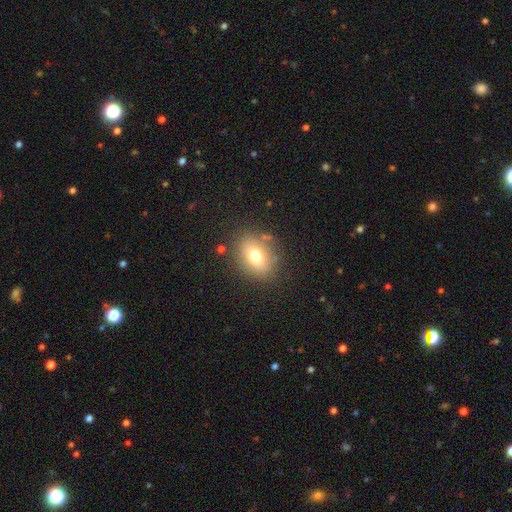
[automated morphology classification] Q: Smooth or featured?
A: smooth (72%); runner-up: featured or disk (16%)
Q: How rounded?
A: in between (68%); runner-up: round (30%)
Q: Merging?
A: none (81%); runner-up: minor disturbance (12%)